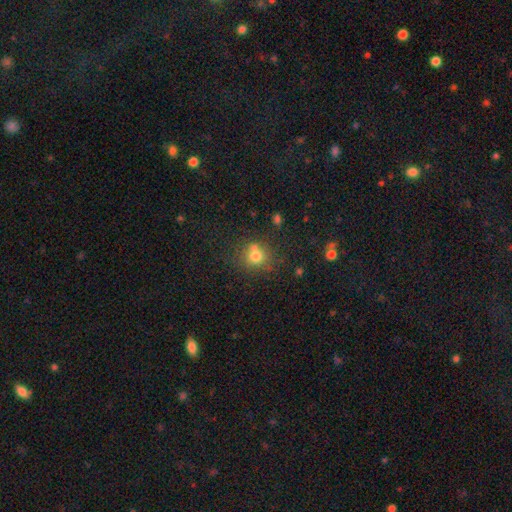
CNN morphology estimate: smooth_or_featured: smooth (p=0.73) [alt: star or artifact p=0.15]
how_rounded: round (p=0.82) [alt: in between p=0.17]
merging: none (p=0.57) [alt: merger p=0.27]